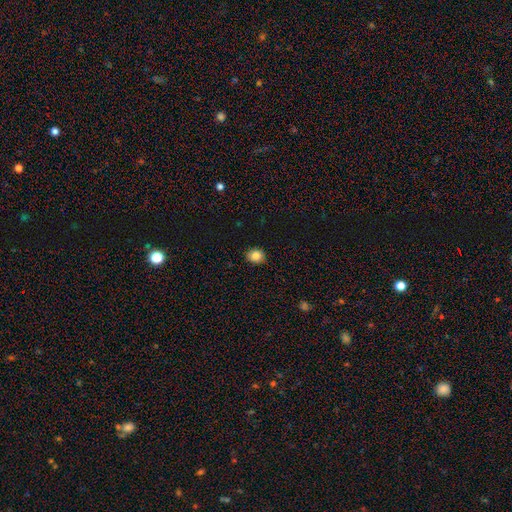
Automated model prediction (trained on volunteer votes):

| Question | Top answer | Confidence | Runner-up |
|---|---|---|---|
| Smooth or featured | smooth | 84% | star or artifact (10%) |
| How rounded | round | 58% | in between (41%) |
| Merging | none | 89% | minor disturbance (8%) |